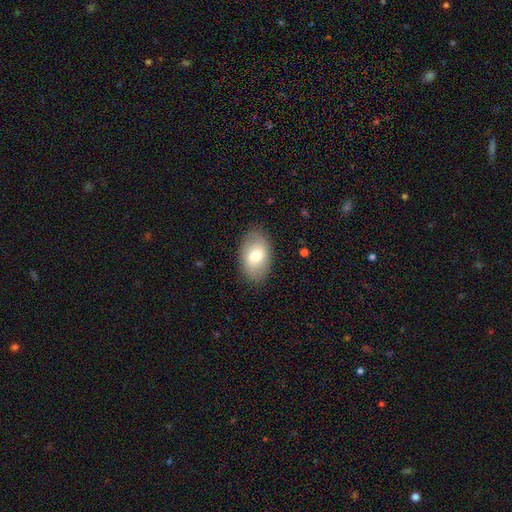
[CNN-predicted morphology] A smooth galaxy with no disk features (71%) that is in between round and cigar-shaped (90%). Merging: none (85%).